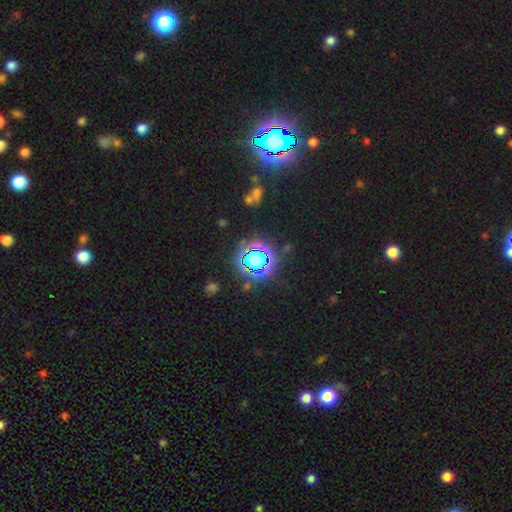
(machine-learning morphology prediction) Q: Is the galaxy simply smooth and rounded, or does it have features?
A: star or artifact — 70%.